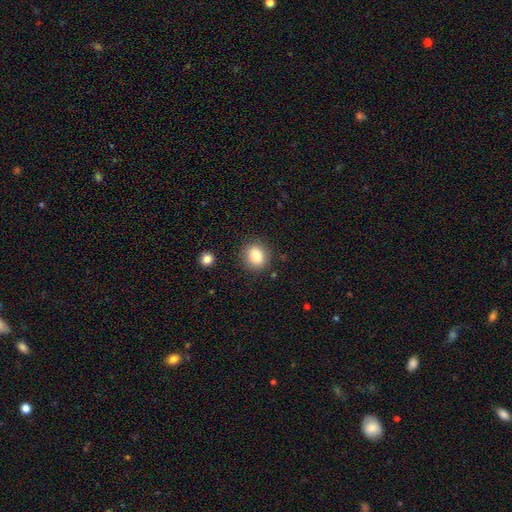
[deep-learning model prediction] Overall: smooth (83%). How rounded: round (66%; in between 33%). Merging: none (86%).